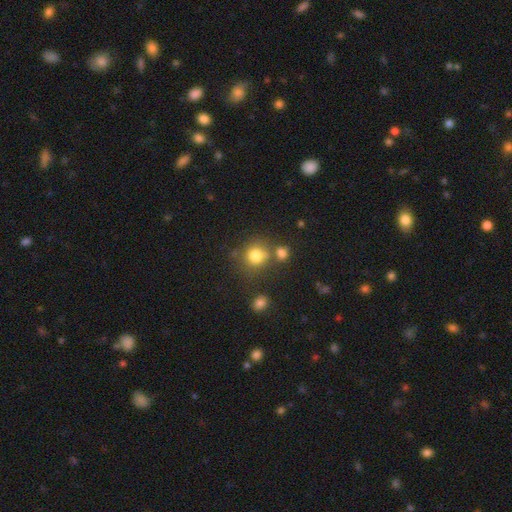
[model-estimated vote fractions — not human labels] Smooth or featured? Predicted: smooth (p=0.78). How rounded? Predicted: round (p=0.85). Merging? Predicted: none (p=0.64).